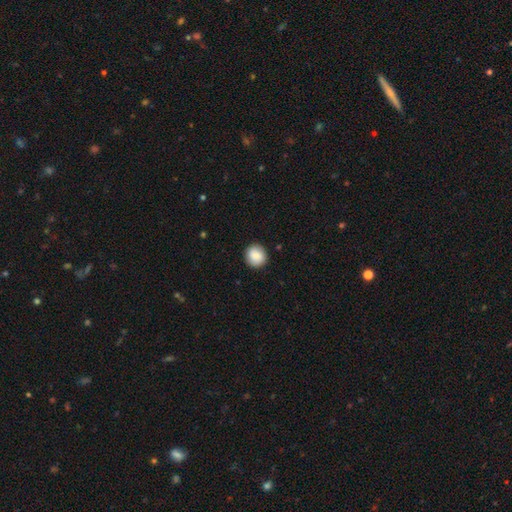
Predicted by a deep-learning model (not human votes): This is clearly a smooth galaxy (87%). How rounded: clearly round (91%). Merging: clearly none (90%).